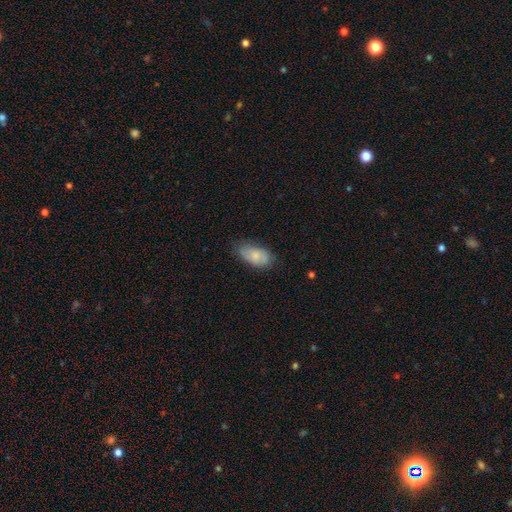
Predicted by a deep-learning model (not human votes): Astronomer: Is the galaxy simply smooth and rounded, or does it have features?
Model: smooth — 78%.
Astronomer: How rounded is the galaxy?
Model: in between — 93%.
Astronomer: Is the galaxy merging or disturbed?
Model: none — 69%.